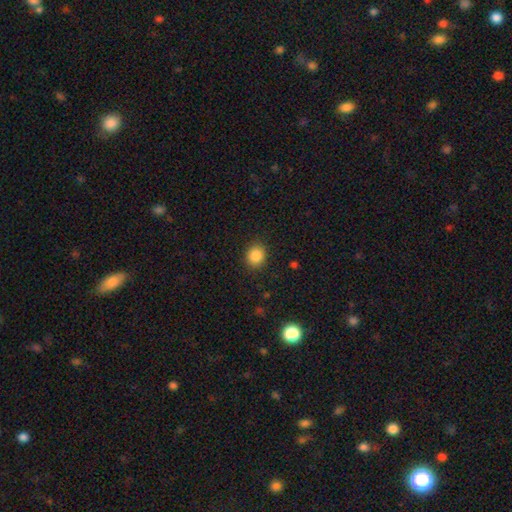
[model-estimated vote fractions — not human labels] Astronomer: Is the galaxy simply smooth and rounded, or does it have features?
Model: smooth — 86%.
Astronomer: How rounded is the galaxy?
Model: round — 71%.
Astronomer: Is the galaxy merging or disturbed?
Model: none — 89%.